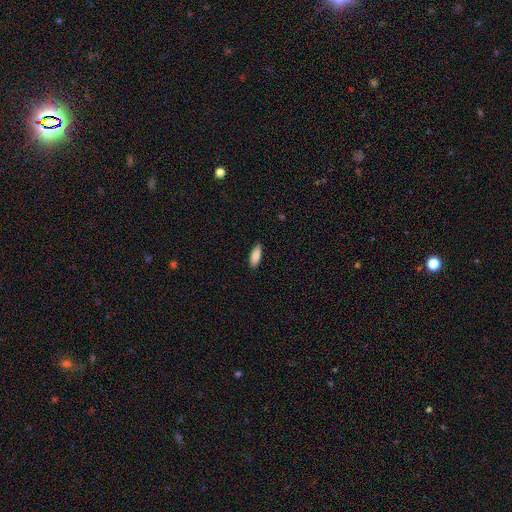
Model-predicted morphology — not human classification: Smooth or featured? smooth (88%)
How rounded? in between (68%)
Merging? none (89%)